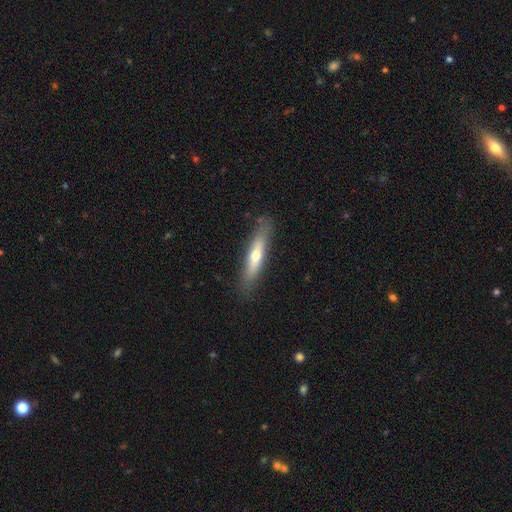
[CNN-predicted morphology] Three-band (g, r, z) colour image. It shows a smooth galaxy with no disk features (55%) that is cigar-shaped (84%). Merging: none (84%).